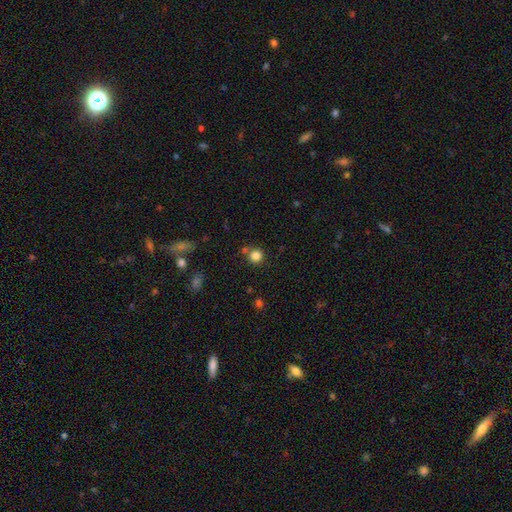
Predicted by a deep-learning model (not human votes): A smooth galaxy with no disk features (83%) that is round (91%).

Vote fractions:
- Smooth or featured? smooth: 83% / star or artifact: 13% / featured or disk: 5%
- How rounded? round: 91% / in between: 8% / cigar-shaped: 1%
- Merging? none: 75% / merger: 11% / minor disturbance: 10% / major disturbance: 4%